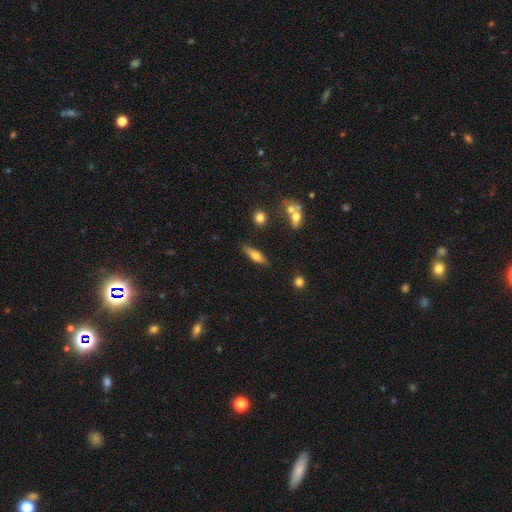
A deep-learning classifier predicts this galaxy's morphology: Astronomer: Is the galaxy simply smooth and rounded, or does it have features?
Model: smooth — 56% (runner-up: featured or disk, 37%).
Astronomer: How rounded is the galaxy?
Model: cigar-shaped — 58% (runner-up: in between, 39%).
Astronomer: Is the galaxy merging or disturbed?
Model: none — 80%.